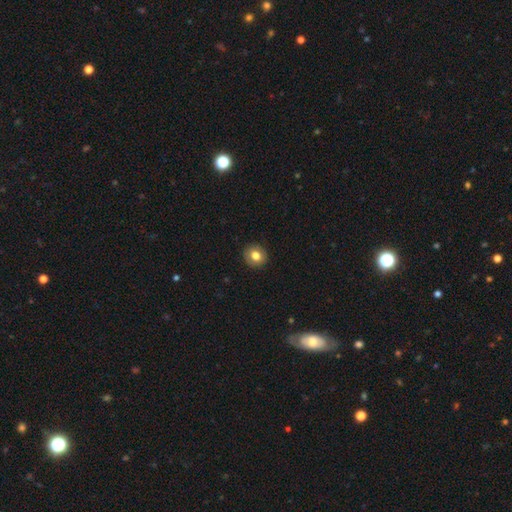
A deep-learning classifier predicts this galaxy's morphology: Smooth or featured?
  - smooth: 78% *
  - featured or disk: 13%
  - star or artifact: 9%
How rounded?
  - round: 86% *
  - in between: 13%
  - cigar-shaped: 1%
Merging?
  - none: 90% *
  - minor disturbance: 7%
  - major disturbance: 2%
  - merger: 1%